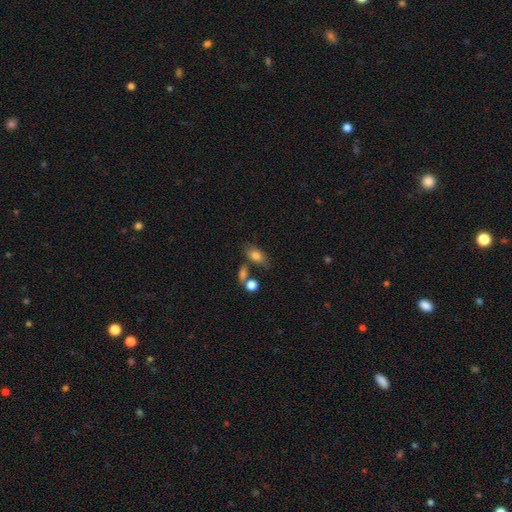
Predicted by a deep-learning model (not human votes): This is likely a smooth galaxy (78%). How rounded: clearly in between (84%). Merging: likely none (62%).